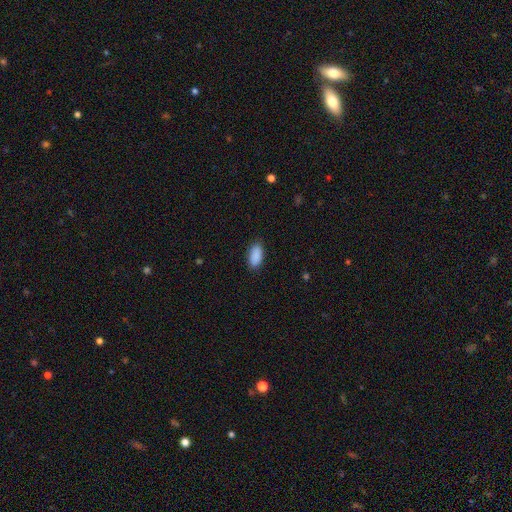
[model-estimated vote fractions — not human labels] Overall: smooth (90%). How rounded: in between (92%). Merging: none (88%).